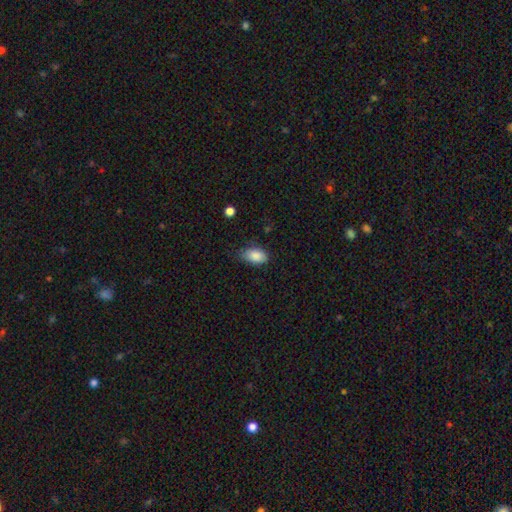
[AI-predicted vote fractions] Smooth or featured? Predicted: smooth (p=0.87). How rounded? Predicted: in between (p=0.92). Merging? Predicted: none (p=0.68).